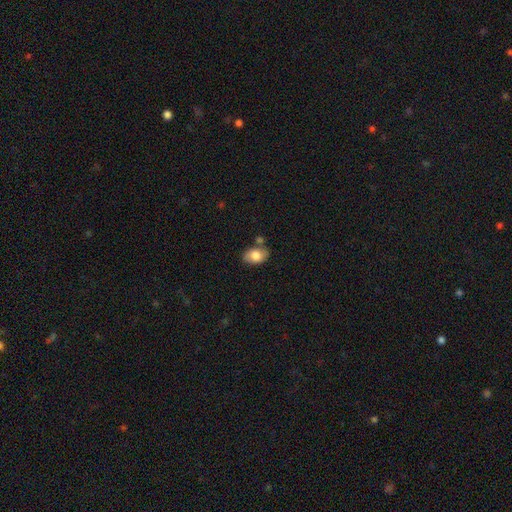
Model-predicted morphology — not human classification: Overall: smooth (76%). How rounded: in between (85%). Merging: none (68%).